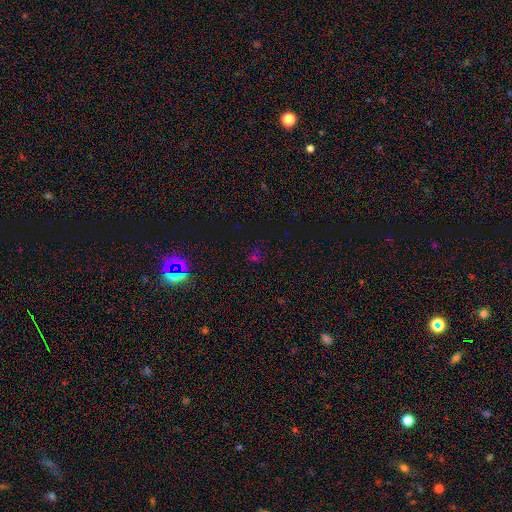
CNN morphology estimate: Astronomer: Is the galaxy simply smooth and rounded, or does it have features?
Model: star or artifact — 57% (runner-up: smooth, 34%).